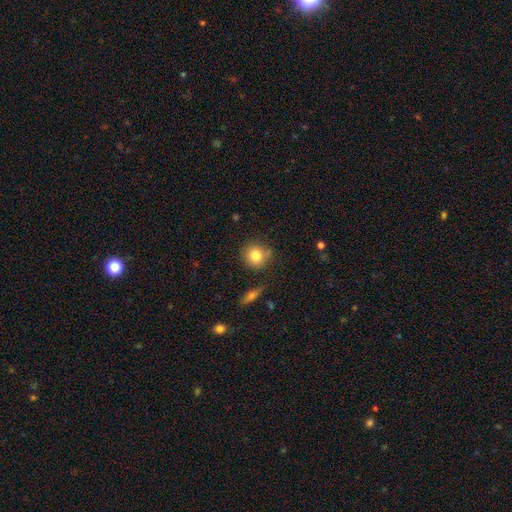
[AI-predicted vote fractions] Morphology: type=smooth (81%); roundness=round (87%); merging=none (77%).